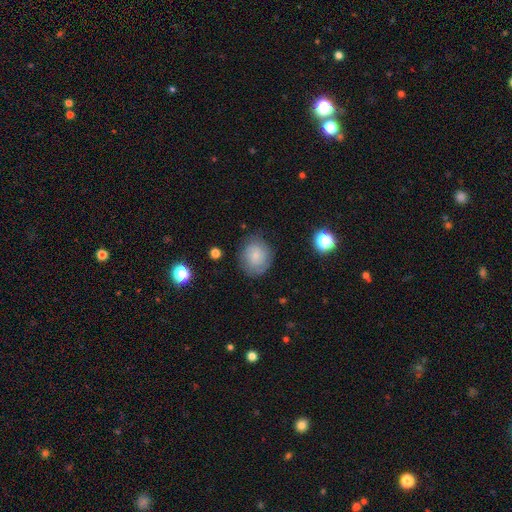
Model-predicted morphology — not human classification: Smooth or featured: smooth — 69% (featured or disk — 22%)
How rounded: round — 76% (in between — 23%)
Merging: none — 75% (minor disturbance — 18%)